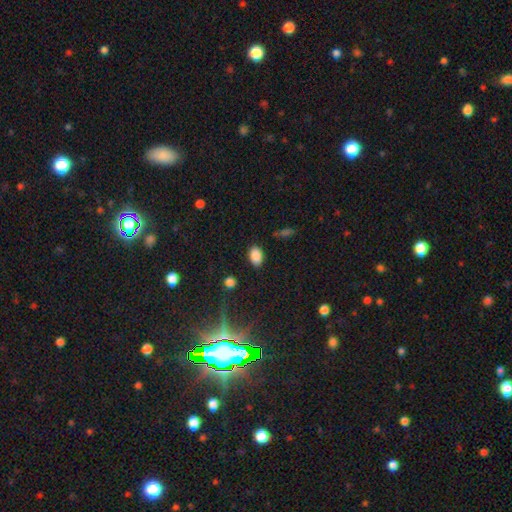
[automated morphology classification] A smooth galaxy with no disk features (86%) that is in between round and cigar-shaped (88%). Merging: none (84%).